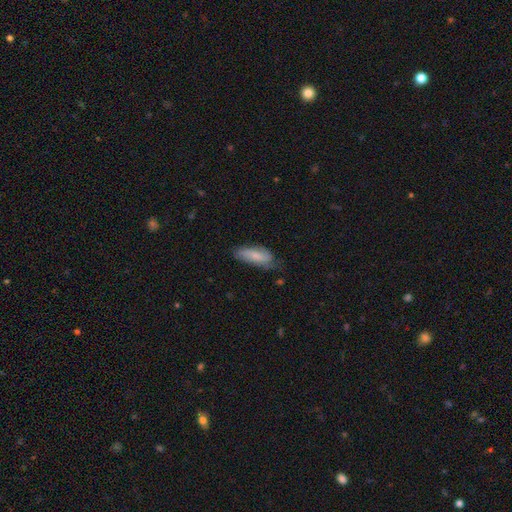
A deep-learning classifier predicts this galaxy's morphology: This appears to be a smooth galaxy with no disk features (60%) that is in between round and cigar-shaped (72%). Merging: none (58%).